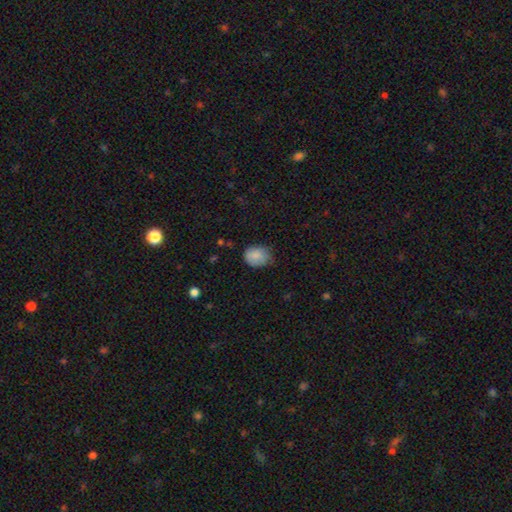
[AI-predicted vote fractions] Smooth or featured: smooth — 84% (star or artifact — 8%)
How rounded: in between — 55% (round — 44%)
Merging: none — 57% (minor disturbance — 34%)